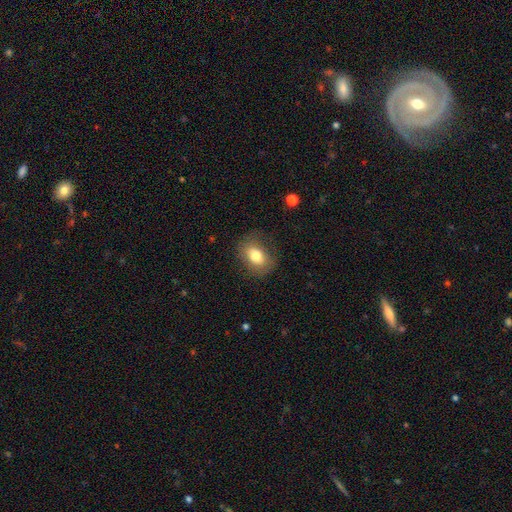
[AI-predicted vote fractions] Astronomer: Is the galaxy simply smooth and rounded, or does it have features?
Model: smooth — 75%.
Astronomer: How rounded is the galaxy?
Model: in between — 75%.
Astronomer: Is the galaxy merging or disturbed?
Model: none — 77%.